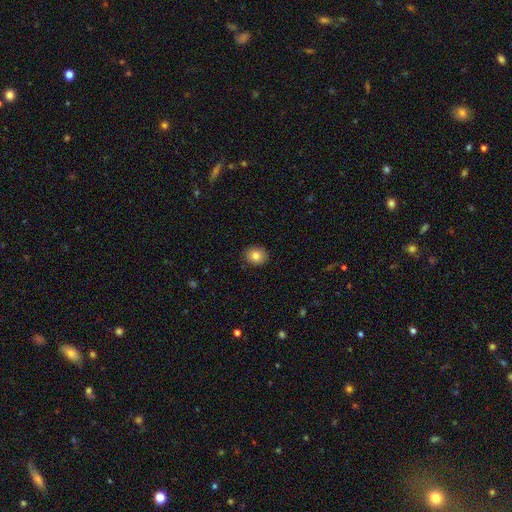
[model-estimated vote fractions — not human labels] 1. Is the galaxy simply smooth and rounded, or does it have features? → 82% smooth, 9% star or artifact, 9% featured or disk.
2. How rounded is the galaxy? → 66% round, 33% in between, 1% cigar-shaped.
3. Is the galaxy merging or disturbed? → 89% none, 8% minor disturbance, 2% major disturbance, 1% merger.